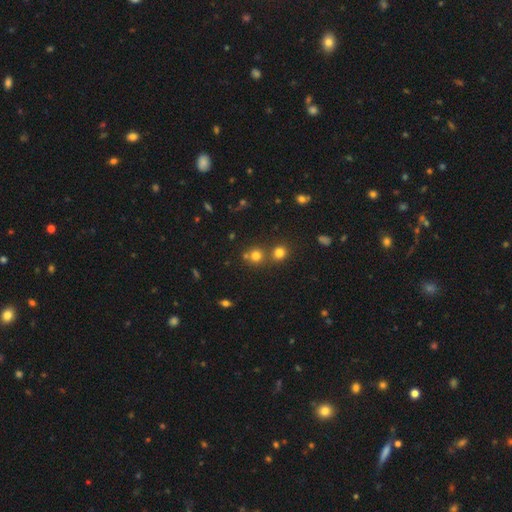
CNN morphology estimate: A smooth galaxy with no disk features (71%) that is round (89%). Merging: none (63%).